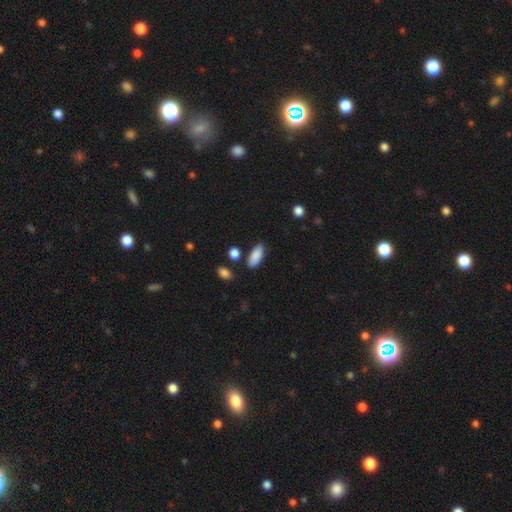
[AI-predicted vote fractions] Smooth or featured? Predicted: smooth (p=0.88). How rounded? Predicted: in between (p=0.85). Merging? Predicted: none (p=0.80).